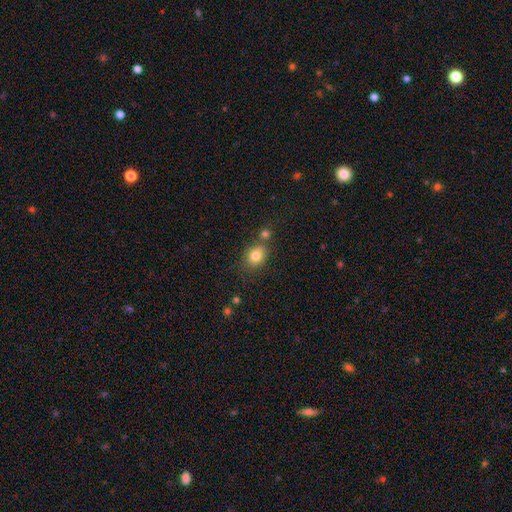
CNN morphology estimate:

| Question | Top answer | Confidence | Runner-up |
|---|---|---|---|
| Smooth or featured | smooth | 80% | star or artifact (11%) |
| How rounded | round | 55% | in between (44%) |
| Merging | none | 64% | merger (20%) |